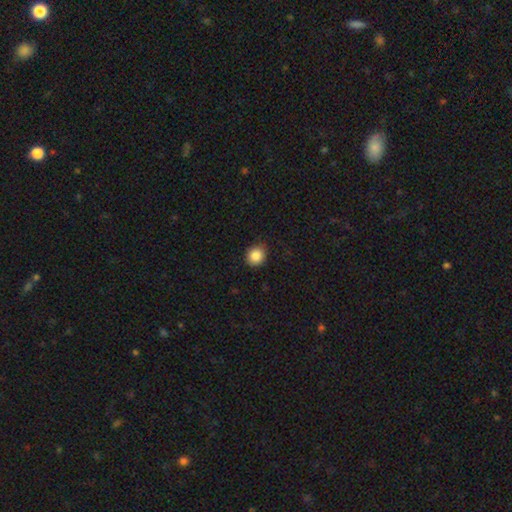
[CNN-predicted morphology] type=smooth (87%); roundness=round (80%); merging=none (86%).